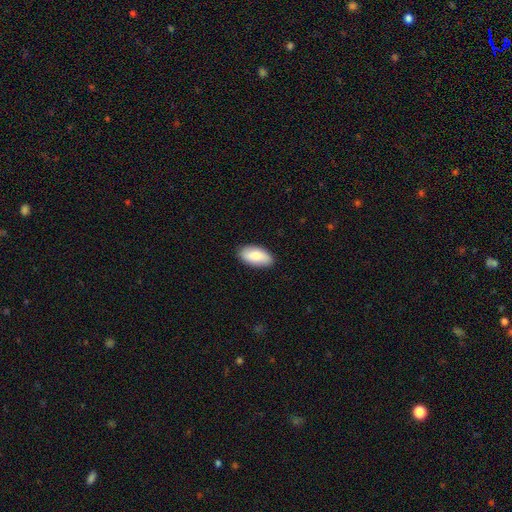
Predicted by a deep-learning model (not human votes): Smooth or featured? smooth (79%)
How rounded? in between (93%)
Merging? none (87%)